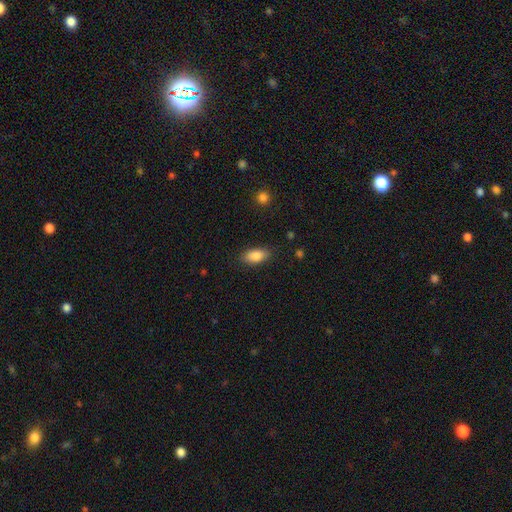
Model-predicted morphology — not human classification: Q: Smooth or featured?
A: smooth (85%); runner-up: featured or disk (7%)
Q: How rounded?
A: in between (90%); runner-up: cigar-shaped (7%)
Q: Merging?
A: none (84%); runner-up: minor disturbance (12%)